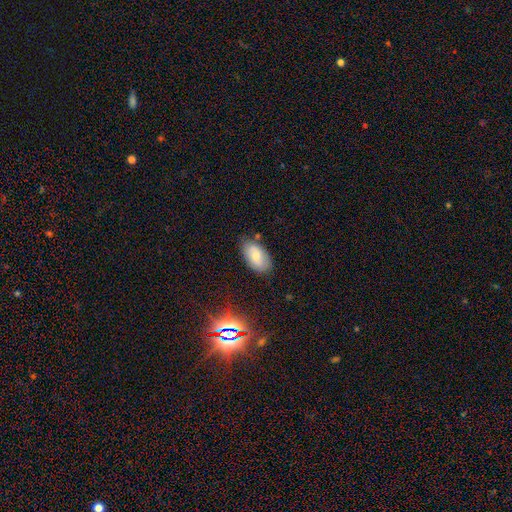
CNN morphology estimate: smooth 68%, featured or disk 23%, star or artifact 9%. Down the decision tree: how rounded — in between (94%); merging — none (79%).